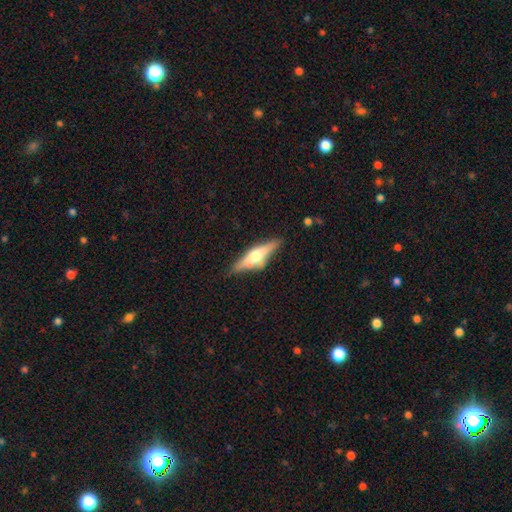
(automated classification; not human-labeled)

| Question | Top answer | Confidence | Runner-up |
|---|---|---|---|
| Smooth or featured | featured or disk | 59% | smooth (35%) |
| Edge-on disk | yes | 92% | no (8%) |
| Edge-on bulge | rounded | 90% | boxy (7%) |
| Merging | none | 73% | minor disturbance (17%) |